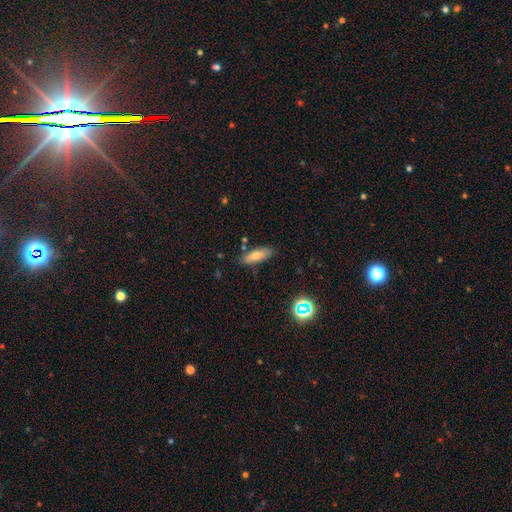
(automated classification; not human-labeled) Morphology: type=smooth (74%); roundness=in between (63%); merging=none (81%).